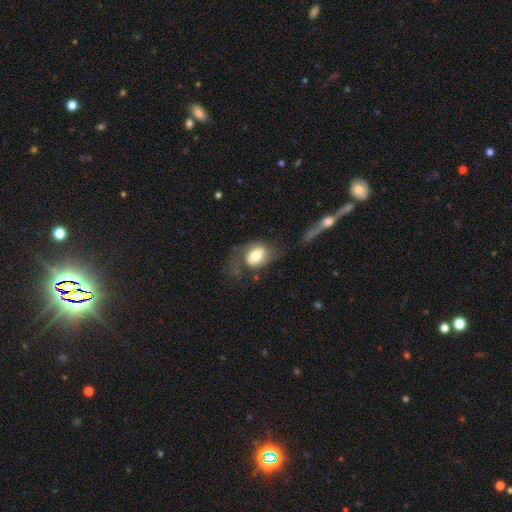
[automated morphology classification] Smooth or featured? smooth (53%)
How rounded? in between (71%)
Merging? none (43%)